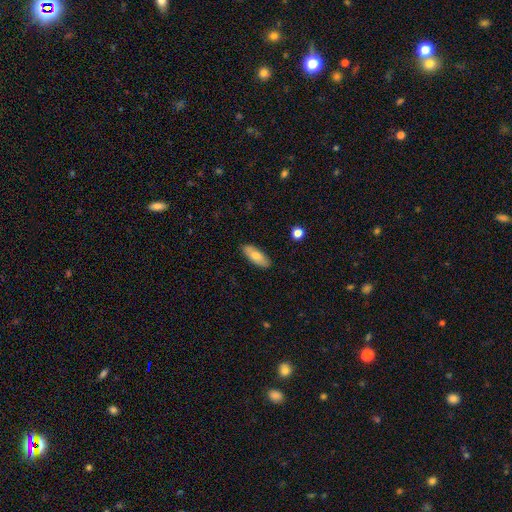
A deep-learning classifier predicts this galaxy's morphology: type=smooth (70%); roundness=in between (77%); merging=none (86%).